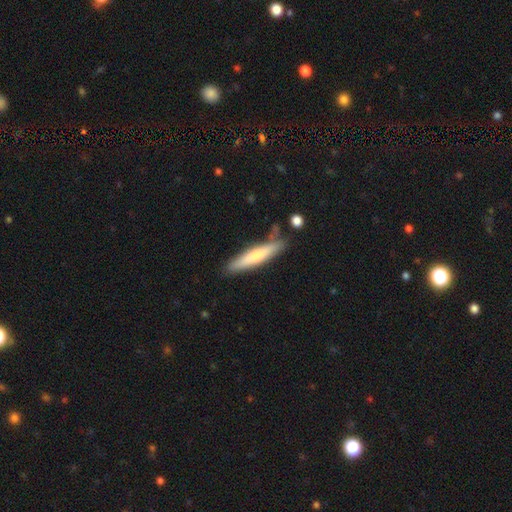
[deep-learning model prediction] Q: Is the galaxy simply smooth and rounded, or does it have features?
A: smooth — 67%.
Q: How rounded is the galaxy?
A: cigar-shaped — 89%.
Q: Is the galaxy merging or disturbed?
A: none — 80%.